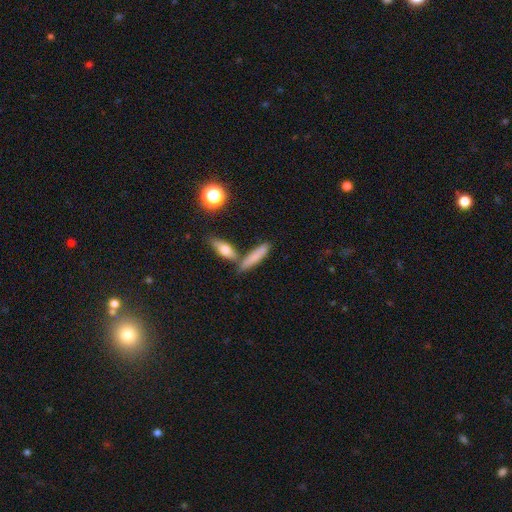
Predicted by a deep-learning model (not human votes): Smooth or featured?
  - smooth: 75% *
  - featured or disk: 17%
  - star or artifact: 8%
How rounded?
  - cigar-shaped: 73% *
  - in between: 24%
  - round: 3%
Merging?
  - none: 61% *
  - merger: 23%
  - minor disturbance: 12%
  - major disturbance: 4%